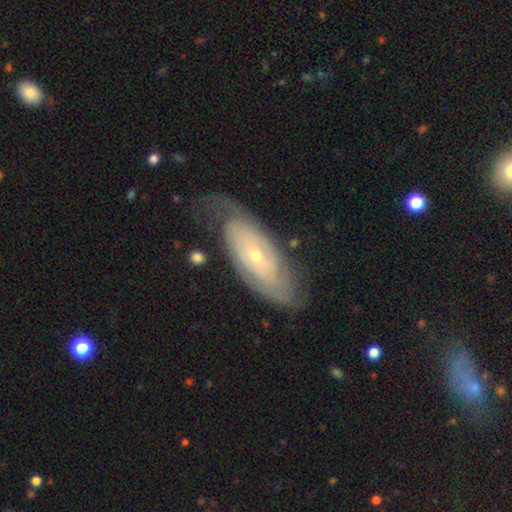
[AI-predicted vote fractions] Smooth or featured? featured or disk (77%)
Edge-on disk? no (90%)
Bar? no (76%)
Spiral arms? yes (86%)
Spiral winding? tight (64%)
Spiral arm count? can't tell (41%, tied with 2)
Bulge size? small (71%)
Merging? none (65%)